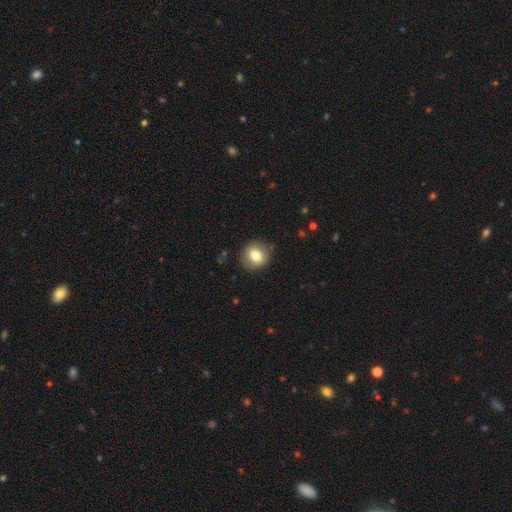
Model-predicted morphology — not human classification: type=smooth (79%); roundness=round (84%); merging=none (86%).